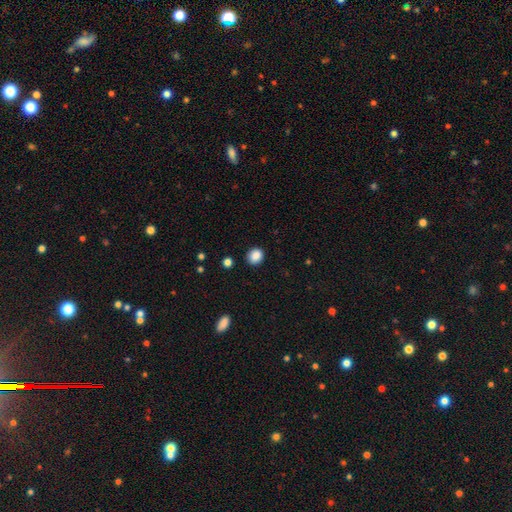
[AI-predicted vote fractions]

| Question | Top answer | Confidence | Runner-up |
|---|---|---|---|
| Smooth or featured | smooth | 88% | star or artifact (9%) |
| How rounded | round | 67% | in between (32%) |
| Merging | none | 88% | minor disturbance (9%) |